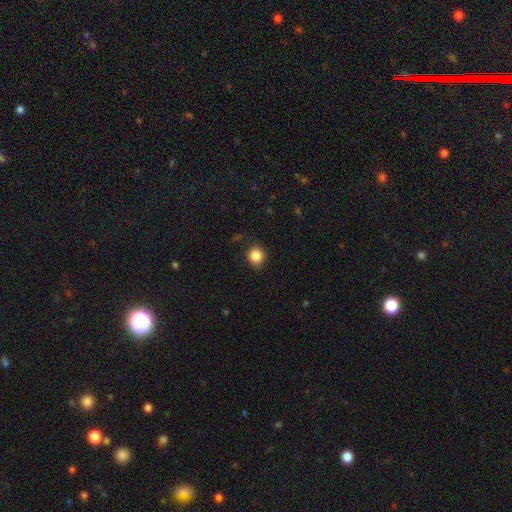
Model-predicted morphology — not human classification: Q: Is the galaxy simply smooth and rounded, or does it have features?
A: smooth — 86%.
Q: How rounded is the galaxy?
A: round — 84%.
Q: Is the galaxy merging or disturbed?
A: none — 84%.